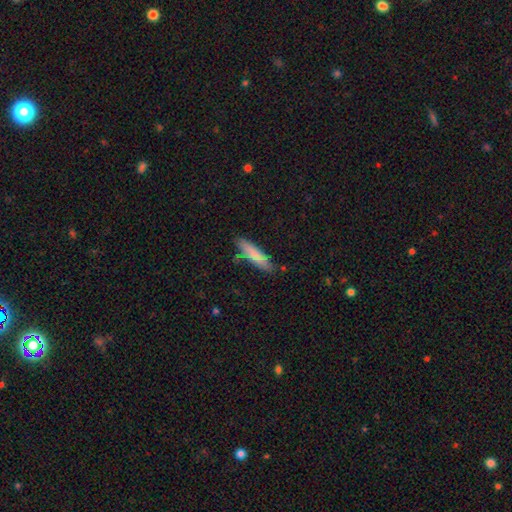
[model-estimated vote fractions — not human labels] A smooth galaxy with no disk features (81%) that is cigar-shaped (72%).

Vote fractions:
- Smooth or featured? smooth: 81% / featured or disk: 13% / star or artifact: 6%
- How rounded? cigar-shaped: 72% / in between: 27% / round: 1%
- Merging? none: 76% / minor disturbance: 17% / merger: 4% / major disturbance: 3%